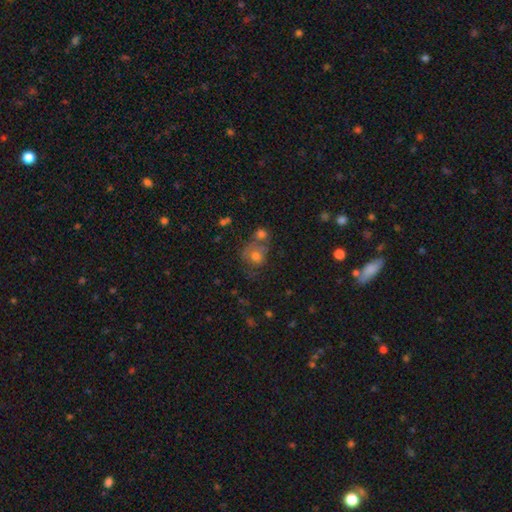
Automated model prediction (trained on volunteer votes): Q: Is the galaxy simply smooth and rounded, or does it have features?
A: smooth — 60%.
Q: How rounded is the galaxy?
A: round — 69%.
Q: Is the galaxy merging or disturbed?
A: none — 35%, tied with merger.